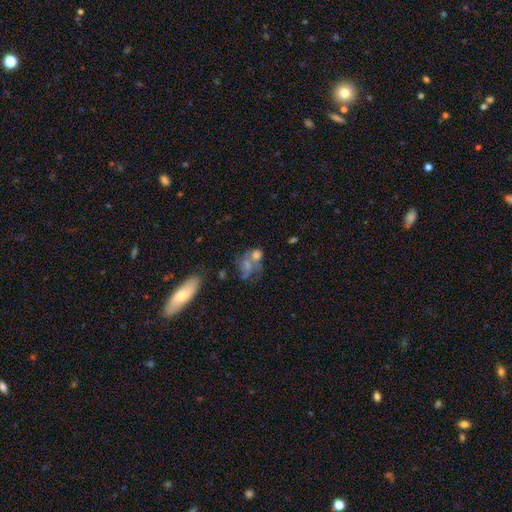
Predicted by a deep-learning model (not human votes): Smooth or featured? Predicted: smooth (p=0.53). How rounded? Predicted: in between (p=0.54). Merging? Predicted: merger (p=0.40).